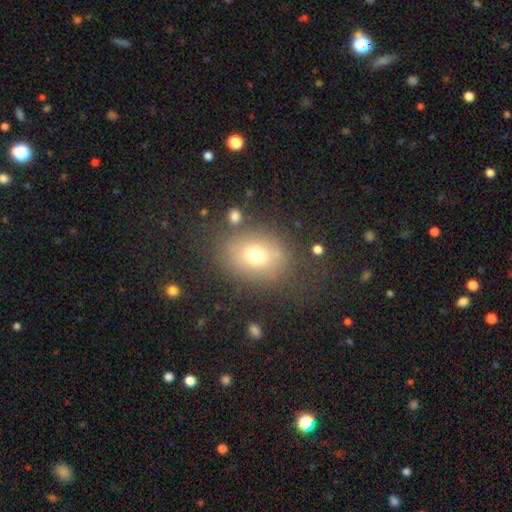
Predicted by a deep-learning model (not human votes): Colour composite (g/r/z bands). It shows a smooth galaxy with no disk features (70%) that is in between round and cigar-shaped (53%). Merging: none (72%).